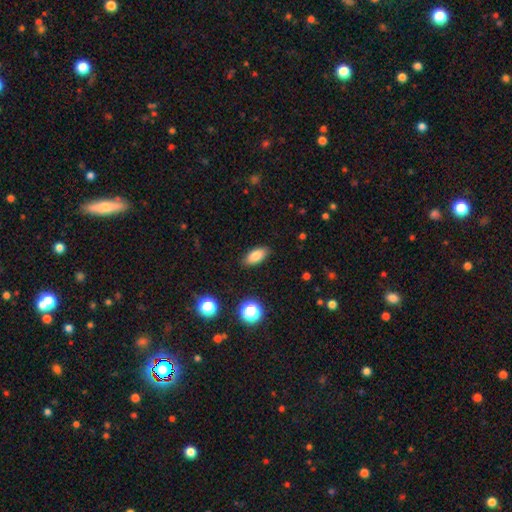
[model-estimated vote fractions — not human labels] smooth 83%, star or artifact 9%, featured or disk 8%. Down the decision tree: how rounded — in between (87%); merging — none (88%).